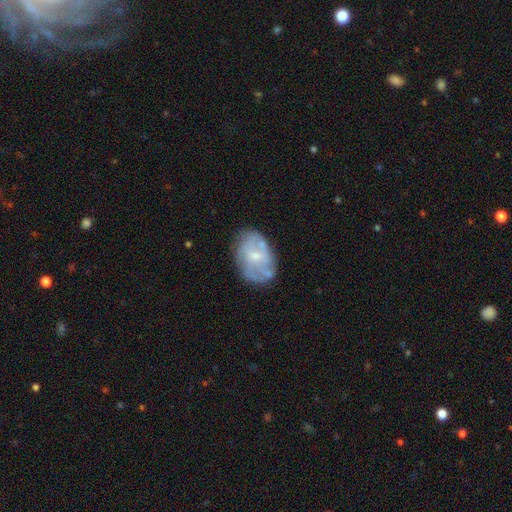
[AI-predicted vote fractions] Smooth or featured?
  - featured or disk: 61% *
  - smooth: 32%
  - star or artifact: 7%
Edge-on disk?
  - no: 96% *
  - yes: 4%
Bar?
  - no: 58% *
  - weak: 36%
  - strong: 7%
Spiral arms?
  - yes: 52% *
  - no: 48%
Bulge size?
  - small: 53% *
  - moderate: 37%
  - none: 8%
  - large: 2%
  - dominant: 1%
Merging?
  - none: 63% *
  - minor disturbance: 24%
  - major disturbance: 10%
  - merger: 4%